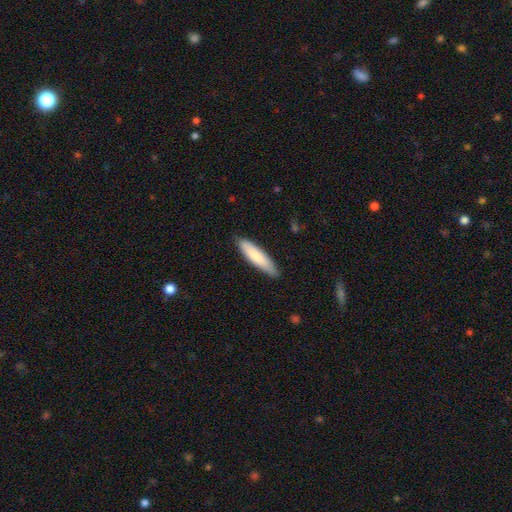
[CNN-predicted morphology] The model was most divided on "how rounded": cigar-shaped: 73%, in between: 26%, round: 1%. More confident: merging — none (83%); smooth or featured — smooth (81%).